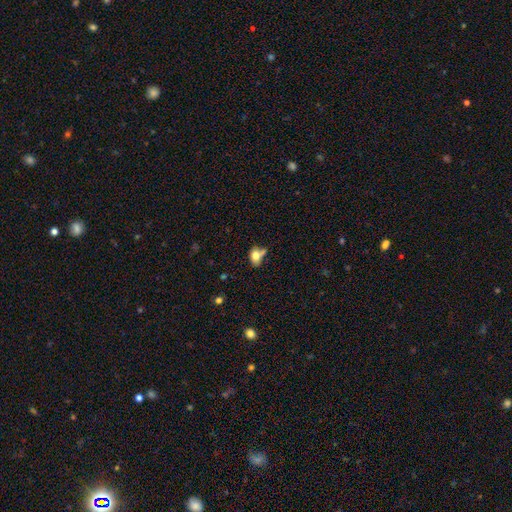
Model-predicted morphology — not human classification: The model was most divided on "merging": none: 37%, merger: 28%, minor disturbance: 22%, major disturbance: 13%. More confident: how rounded — in between (75%); smooth or featured — smooth (73%).